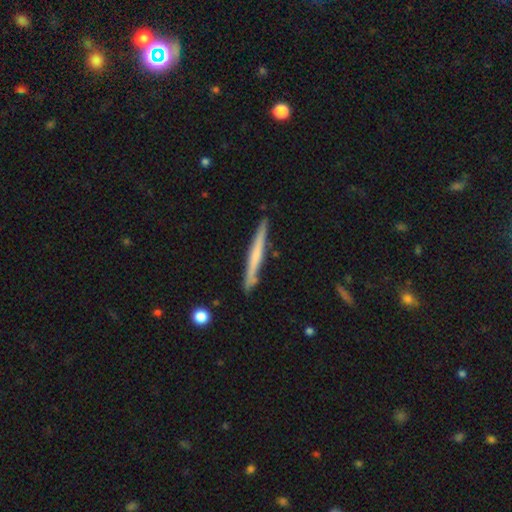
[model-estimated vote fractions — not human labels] Smooth or featured? Predicted: featured or disk (p=0.48). Merging? Predicted: none (p=0.88).